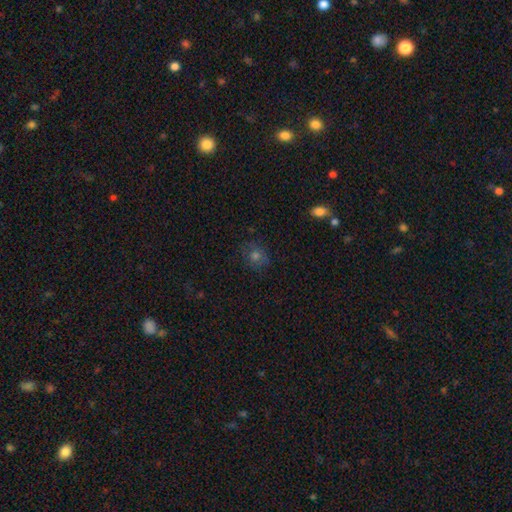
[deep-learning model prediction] Morphology: type=smooth (64%); roundness=round (75%); merging=none (81%).